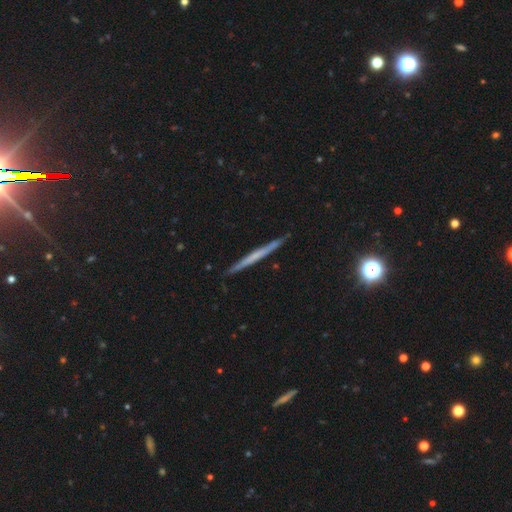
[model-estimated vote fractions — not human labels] A featured or disk galaxy (53%) viewed edge-on (97%) with no central bulge (87%). Merging: none (91%).